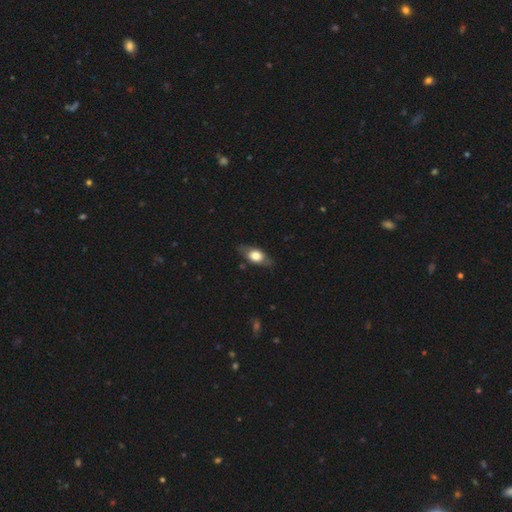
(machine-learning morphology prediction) Smooth or featured?
  - smooth: 59% *
  - featured or disk: 35%
  - star or artifact: 7%
How rounded?
  - in between: 78% *
  - cigar-shaped: 12%
  - round: 9%
Merging?
  - none: 79% *
  - minor disturbance: 16%
  - major disturbance: 4%
  - merger: 1%